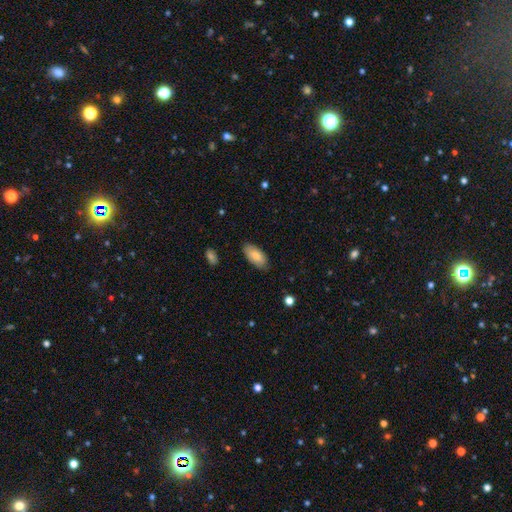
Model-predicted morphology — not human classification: Smooth or featured: smooth — 81% (featured or disk — 13%)
How rounded: in between — 93% (cigar-shaped — 4%)
Merging: none — 81% (minor disturbance — 15%)